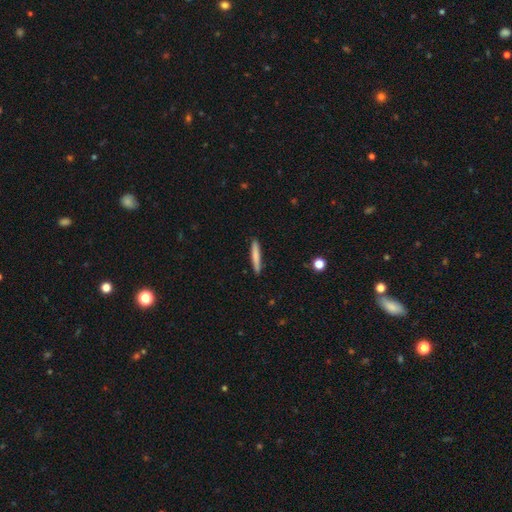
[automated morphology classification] Smooth or featured: smooth — 78% (featured or disk — 17%)
How rounded: cigar-shaped — 94% (in between — 4%)
Merging: none — 89% (minor disturbance — 8%)